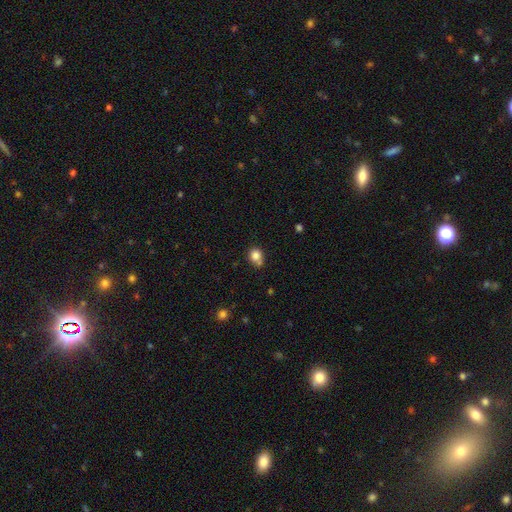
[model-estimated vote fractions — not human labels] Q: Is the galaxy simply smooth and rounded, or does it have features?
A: smooth — 82%.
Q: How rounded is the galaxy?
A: round — 74%.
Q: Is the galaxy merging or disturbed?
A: none — 57%.